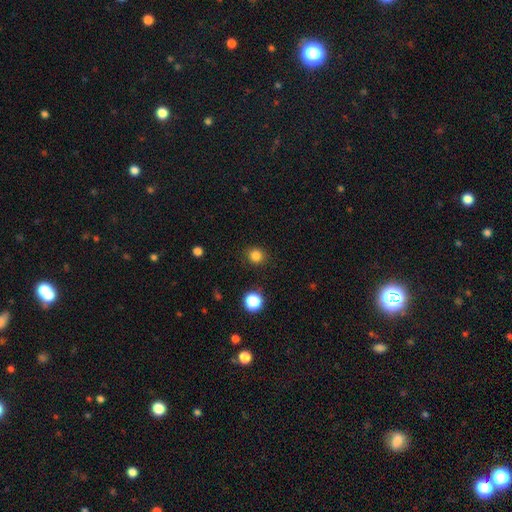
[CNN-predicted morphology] This appears to be a smooth galaxy with no disk features (84%) that is round (90%). Merging: none (89%).